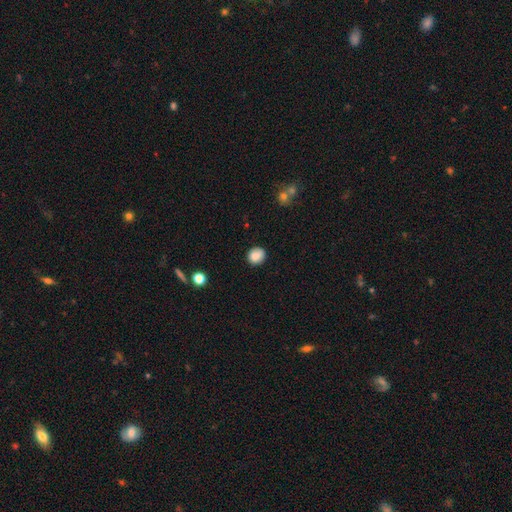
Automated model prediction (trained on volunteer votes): This is clearly a smooth galaxy (86%). How rounded: likely round (78%). Merging: clearly none (84%).